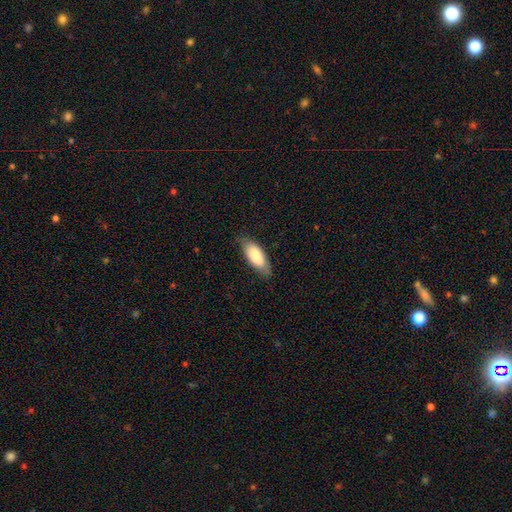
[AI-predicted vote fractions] Smooth or featured: smooth — 82% (featured or disk — 12%)
How rounded: in between — 80% (cigar-shaped — 19%)
Merging: none — 78% (minor disturbance — 18%)